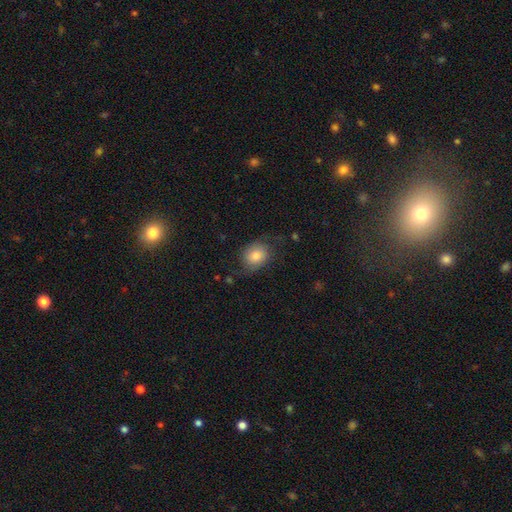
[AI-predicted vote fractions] Q: Smooth or featured?
A: smooth (67%); runner-up: featured or disk (23%)
Q: How rounded?
A: in between (51%); runner-up: round (47%)
Q: Merging?
A: none (64%); runner-up: minor disturbance (24%)